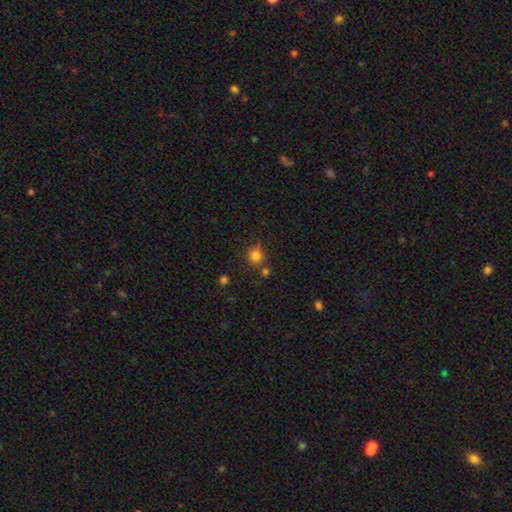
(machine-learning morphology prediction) Smooth or featured?
  - smooth: 81% *
  - star or artifact: 14%
  - featured or disk: 6%
How rounded?
  - round: 89% *
  - in between: 10%
  - cigar-shaped: 1%
Merging?
  - none: 73% *
  - merger: 12%
  - minor disturbance: 12%
  - major disturbance: 4%